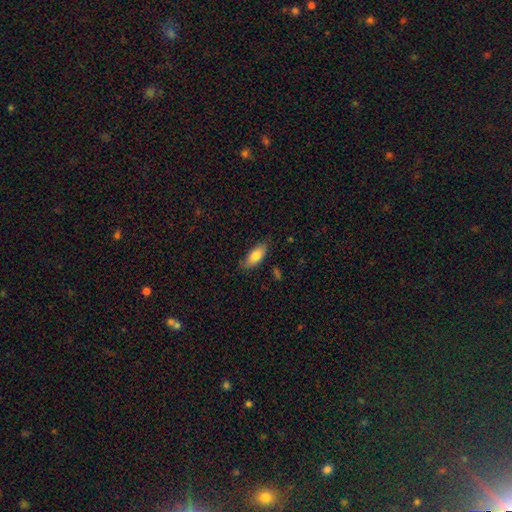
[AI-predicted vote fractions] A smooth galaxy with no disk features (79%) that is in between round and cigar-shaped (83%). Merging: none (79%).